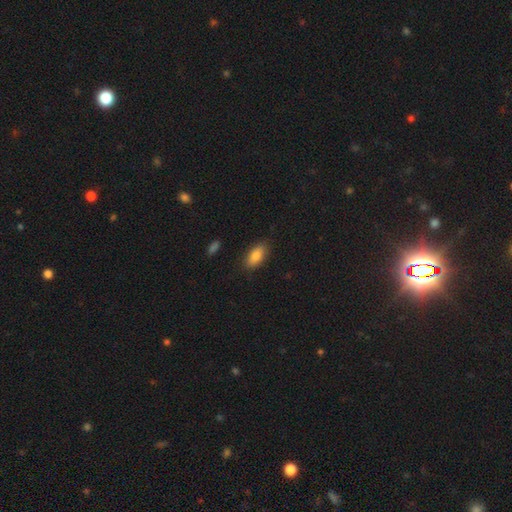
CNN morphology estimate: Overall: smooth (84%). How rounded: in between (89%). Merging: none (84%).